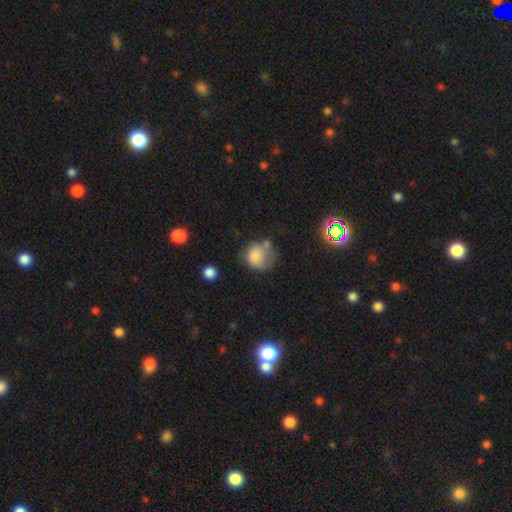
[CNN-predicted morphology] Smooth or featured?
  - smooth: 76% *
  - featured or disk: 13%
  - star or artifact: 10%
How rounded?
  - round: 72% *
  - in between: 27%
  - cigar-shaped: 1%
Merging?
  - none: 37% *
  - minor disturbance: 29%
  - major disturbance: 19%
  - merger: 15%